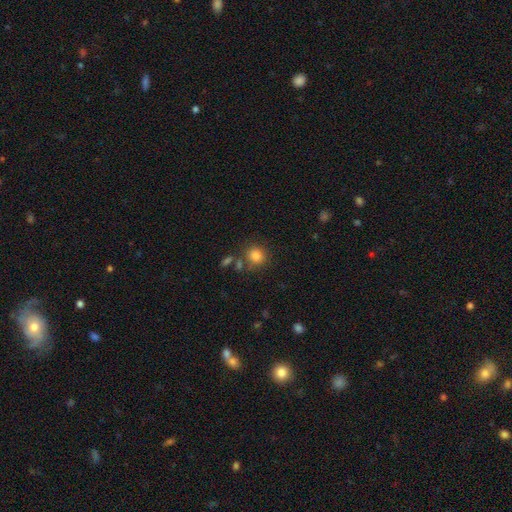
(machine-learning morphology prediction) Smooth or featured: smooth — 83% (star or artifact — 11%)
How rounded: round — 85% (in between — 14%)
Merging: none — 74% (minor disturbance — 11%)